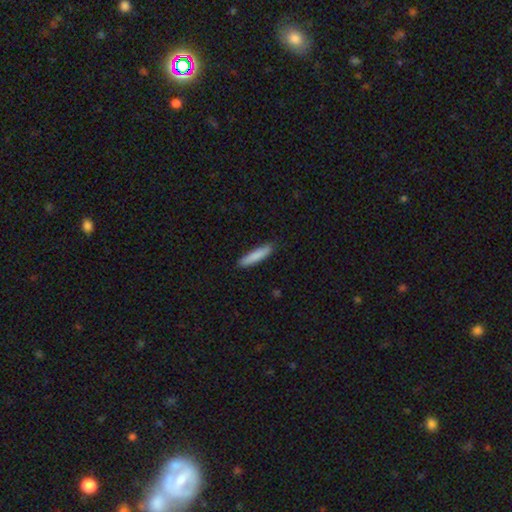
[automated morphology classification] Smooth or featured?
  - smooth: 85% *
  - featured or disk: 10%
  - star or artifact: 6%
How rounded?
  - cigar-shaped: 88% *
  - in between: 11%
  - round: 1%
Merging?
  - none: 88% *
  - minor disturbance: 9%
  - major disturbance: 2%
  - merger: 1%